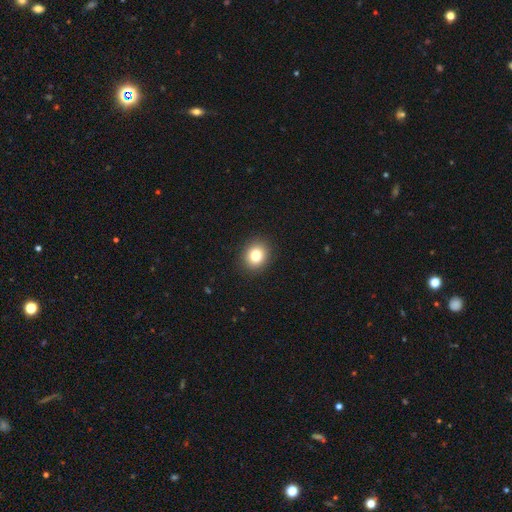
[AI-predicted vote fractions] The model was most divided on "how rounded": round: 71%, in between: 28%, cigar-shaped: 1%. More confident: merging — none (91%); smooth or featured — smooth (81%).